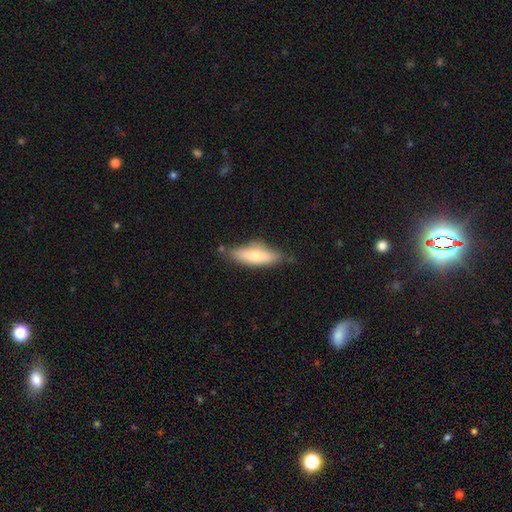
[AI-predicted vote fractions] Morphology: type=smooth (68%); roundness=in between (53%); merging=none (65%).